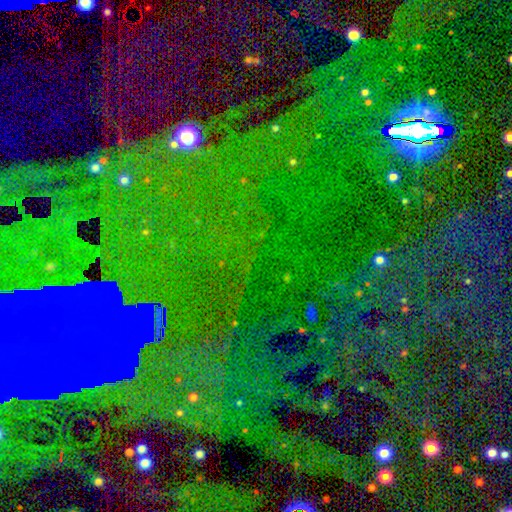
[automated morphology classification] A star or artifact, not a galaxy (73%).